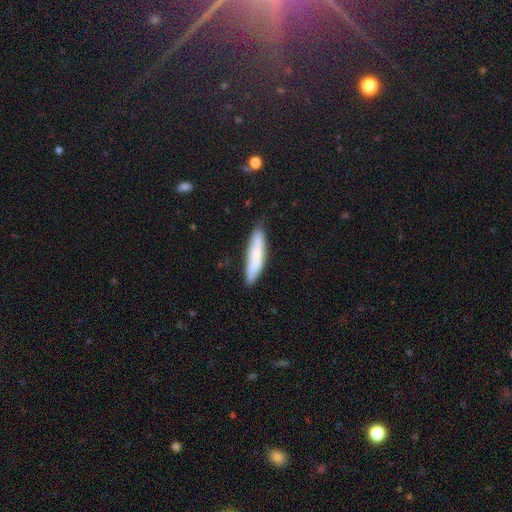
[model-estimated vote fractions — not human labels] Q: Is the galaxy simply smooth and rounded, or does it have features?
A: smooth — 71%.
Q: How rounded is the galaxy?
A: cigar-shaped — 80%.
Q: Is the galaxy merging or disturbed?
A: none — 77%.